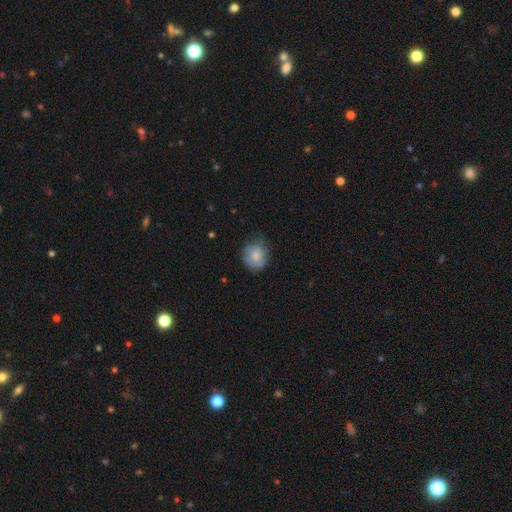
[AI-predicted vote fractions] Smooth or featured: smooth — 76% (featured or disk — 16%)
How rounded: round — 70% (in between — 29%)
Merging: none — 63% (minor disturbance — 27%)